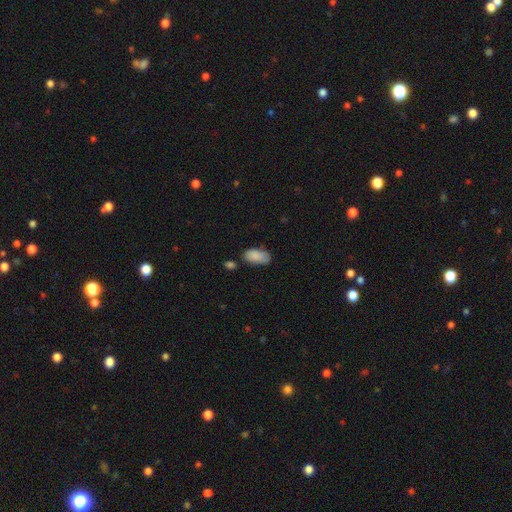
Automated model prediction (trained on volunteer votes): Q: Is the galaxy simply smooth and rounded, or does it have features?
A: smooth — 87%.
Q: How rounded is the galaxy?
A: in between — 94%.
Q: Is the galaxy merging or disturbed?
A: none — 65%.